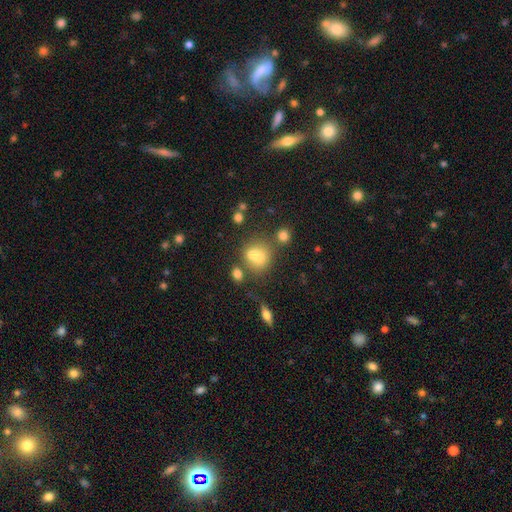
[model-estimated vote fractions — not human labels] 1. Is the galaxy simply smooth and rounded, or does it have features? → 68% smooth, 16% featured or disk, 16% star or artifact.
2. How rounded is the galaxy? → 61% round, 37% in between, 2% cigar-shaped.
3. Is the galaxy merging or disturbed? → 43% none, 33% merger, 15% minor disturbance, 8% major disturbance.